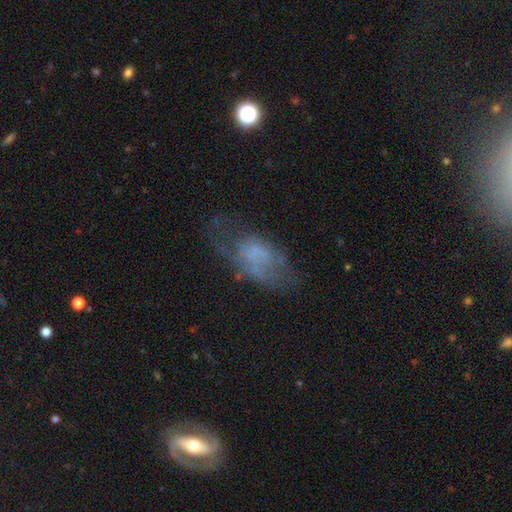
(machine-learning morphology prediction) smooth_or_featured: featured or disk (p=0.45) [alt: smooth p=0.42]
merging: none (p=0.47) [alt: major disturbance p=0.25]